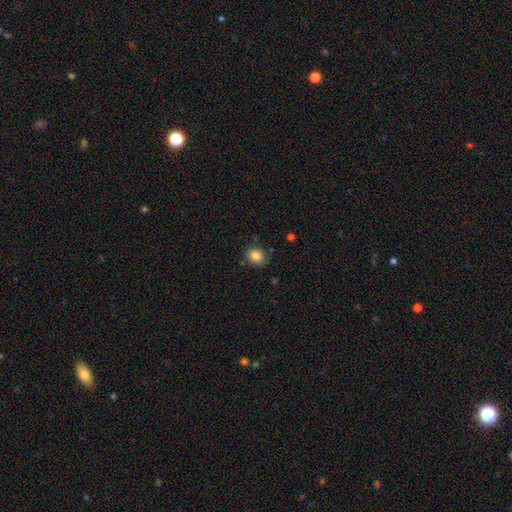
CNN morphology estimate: Smooth or featured: smooth — 84% (star or artifact — 10%)
How rounded: round — 59% (in between — 40%)
Merging: none — 81% (minor disturbance — 13%)